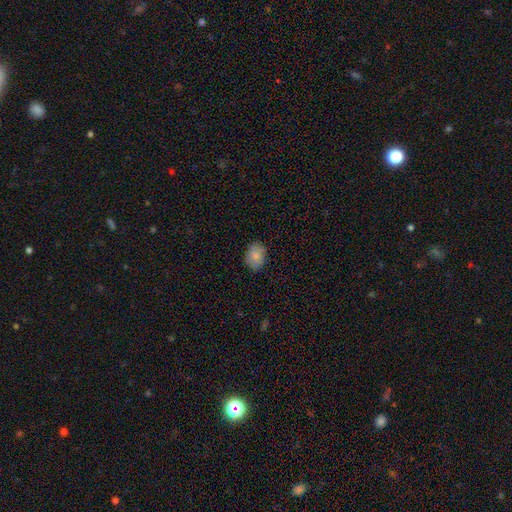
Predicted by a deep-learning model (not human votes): Overall: smooth (85%). How rounded: in between (70%). Merging: none (85%).